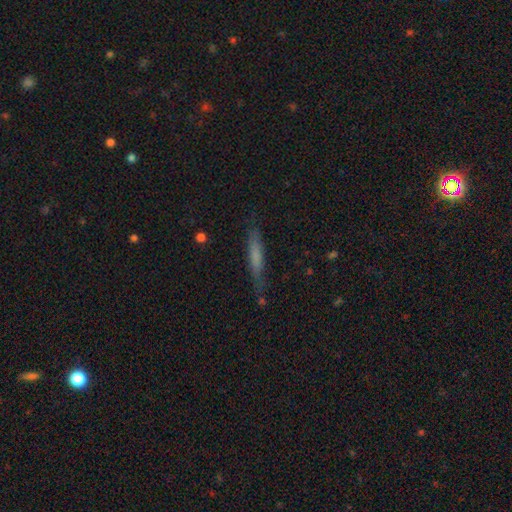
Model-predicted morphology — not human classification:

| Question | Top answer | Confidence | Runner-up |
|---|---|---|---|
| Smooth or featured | smooth | 64% | featured or disk (29%) |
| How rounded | cigar-shaped | 91% | in between (7%) |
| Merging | none | 75% | minor disturbance (18%) |